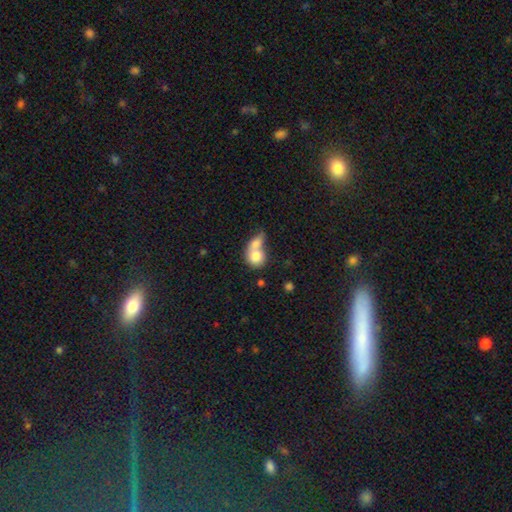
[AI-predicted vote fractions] Smooth or featured? smooth (76%)
How rounded? round (63%)
Merging? merger (72%)